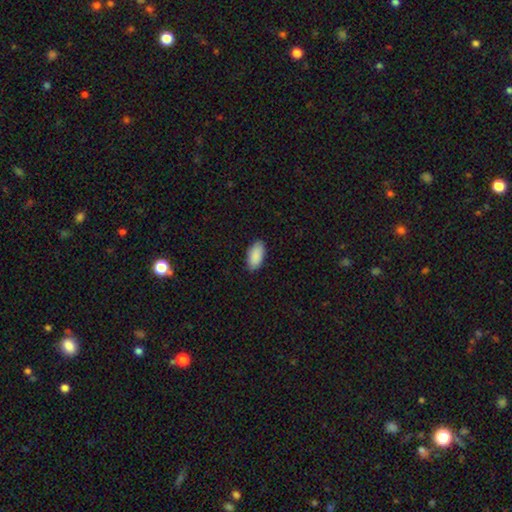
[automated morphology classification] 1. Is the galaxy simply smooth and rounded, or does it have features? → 90% smooth, 6% star or artifact, 4% featured or disk.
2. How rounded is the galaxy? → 94% in between, 4% cigar-shaped, 2% round.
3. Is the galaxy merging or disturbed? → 88% none, 10% minor disturbance, 2% major disturbance, 1% merger.